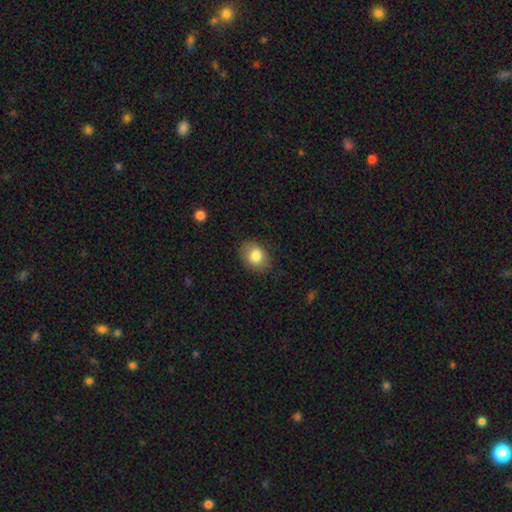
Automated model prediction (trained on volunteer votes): This is clearly a smooth galaxy (83%). How rounded: likely in between (65%). Merging: clearly none (82%).